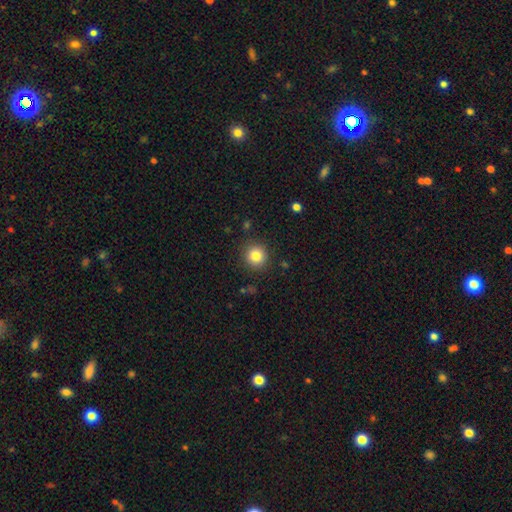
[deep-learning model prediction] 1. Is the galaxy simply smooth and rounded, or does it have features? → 83% smooth, 11% star or artifact, 6% featured or disk.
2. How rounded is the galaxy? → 93% round, 6% in between, 1% cigar-shaped.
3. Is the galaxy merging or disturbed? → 89% none, 7% minor disturbance, 3% major disturbance, 1% merger.